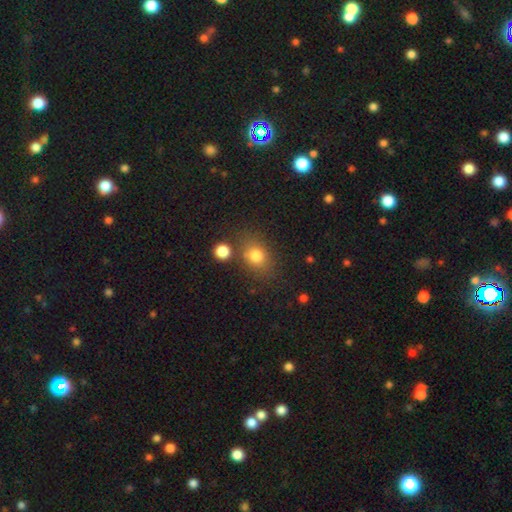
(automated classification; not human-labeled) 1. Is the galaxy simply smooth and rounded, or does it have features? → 79% smooth, 12% star or artifact, 9% featured or disk.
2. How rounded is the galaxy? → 50% in between, 48% round, 1% cigar-shaped.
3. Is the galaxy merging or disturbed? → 70% none, 14% minor disturbance, 11% merger, 5% major disturbance.